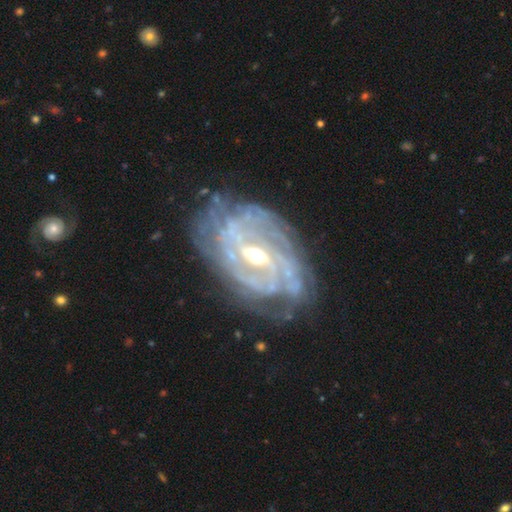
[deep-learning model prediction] A featured or disk galaxy (90%) with a weak bar (43%), tight (69%) spiral arms (95%) and a moderate central bulge (64%).

Vote fractions:
- Smooth or featured? featured or disk: 90% / star or artifact: 5% / smooth: 5%
- Edge-on disk? no: 96% / yes: 4%
- Bar? weak: 43% / strong: 39% / no: 18%
- Spiral arms? yes: 95% / no: 5%
- Spiral winding? tight: 69% / medium: 25% / loose: 7%
- Spiral arm count? can't tell: 33% / 2: 18% / 3: 17% / 4: 15% / more than 4: 10% / 1: 7%
- Bulge size? moderate: 64% / small: 30% / large: 5% / none: 1% / dominant: 1%
- Merging? none: 71% / minor disturbance: 19% / major disturbance: 8% / merger: 2%